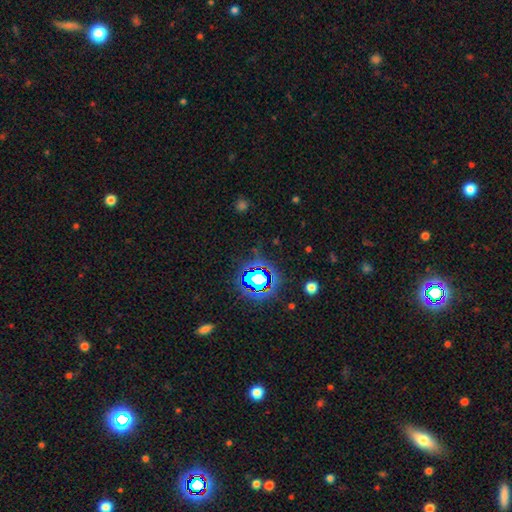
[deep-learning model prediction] The model was most divided on "smooth or featured": star or artifact: 79%, smooth: 13%, featured or disk: 8%.